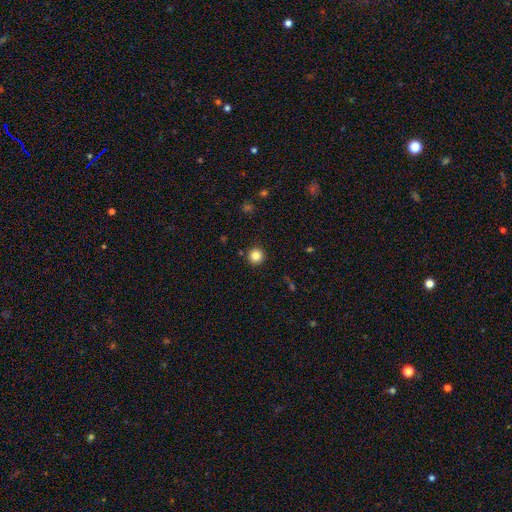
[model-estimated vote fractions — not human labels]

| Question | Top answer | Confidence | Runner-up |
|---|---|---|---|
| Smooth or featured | smooth | 85% | star or artifact (11%) |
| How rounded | round | 95% | in between (4%) |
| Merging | none | 91% | minor disturbance (5%) |